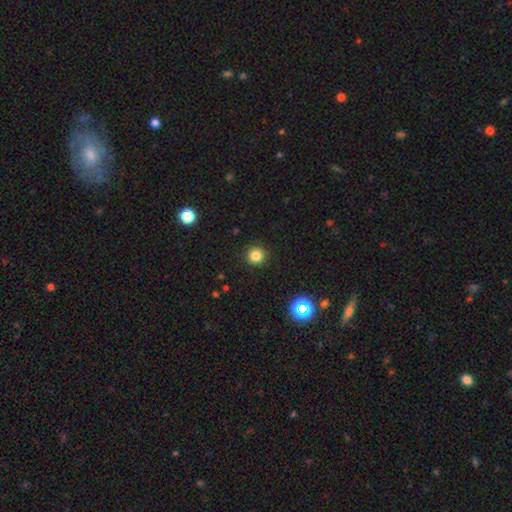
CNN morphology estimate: A smooth galaxy with no disk features (82%) that is round (95%). Merging: none (92%).